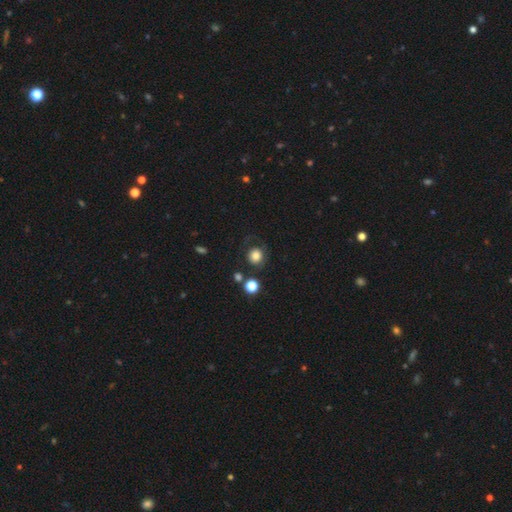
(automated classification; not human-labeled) smooth 79%, star or artifact 12%, featured or disk 9%. Down the decision tree: how rounded — round (86%); merging — none (71%).